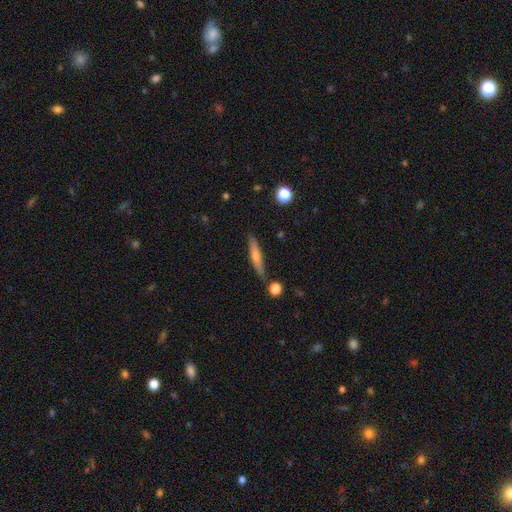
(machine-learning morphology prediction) smooth_or_featured: smooth (p=0.50) [alt: featured or disk p=0.43]
merging: none (p=0.80) [alt: minor disturbance p=0.13]